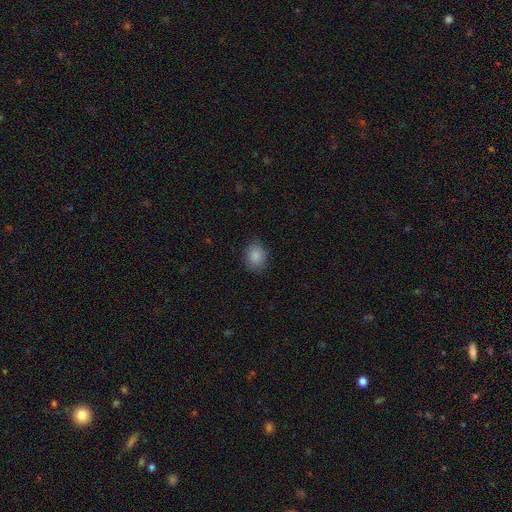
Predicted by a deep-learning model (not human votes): Smooth or featured: smooth — 87% (star or artifact — 9%)
How rounded: in between — 51% (round — 48%)
Merging: none — 86% (minor disturbance — 11%)